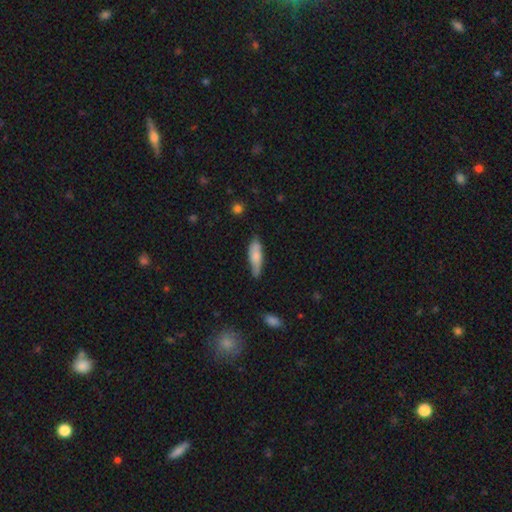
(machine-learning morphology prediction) Smooth or featured? Predicted: smooth (p=0.71). How rounded? Predicted: cigar-shaped (p=0.51). Merging? Predicted: none (p=0.61).